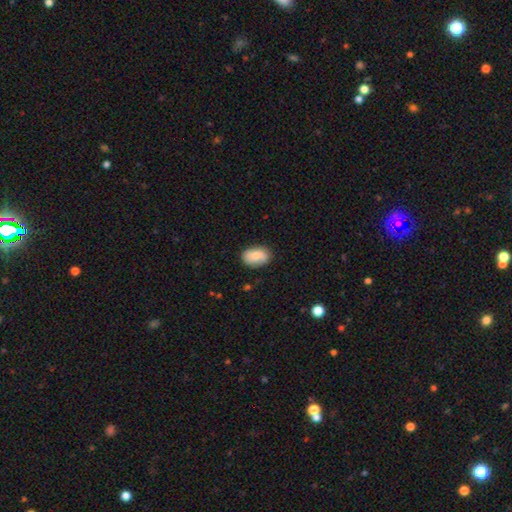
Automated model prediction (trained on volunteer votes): A smooth galaxy with no disk features (73%) that is in between round and cigar-shaped (84%).

Vote fractions:
- Smooth or featured? smooth: 73% / featured or disk: 20% / star or artifact: 7%
- How rounded? in between: 84% / round: 15% / cigar-shaped: 1%
- Merging? none: 78% / minor disturbance: 17% / major disturbance: 3% / merger: 1%